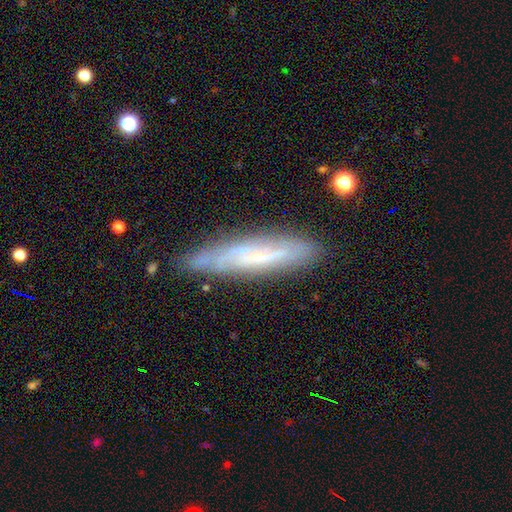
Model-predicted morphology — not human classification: Overall: featured or disk (63%; smooth 29%). Edge-on disk: yes (58%; no 42%). Merging: none (78%).